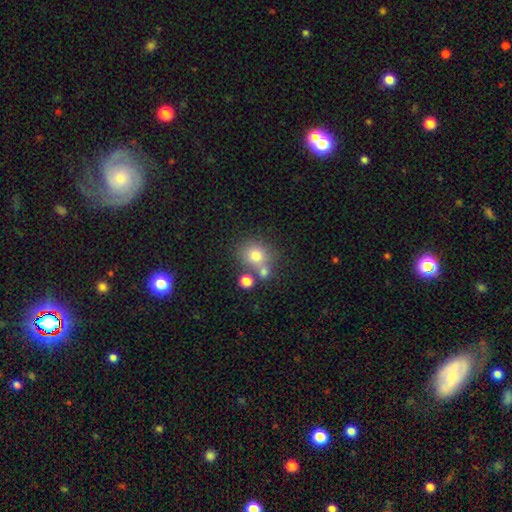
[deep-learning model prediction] This appears to be a smooth galaxy with no disk features (74%) that is round (78%). Merging: none (58%).